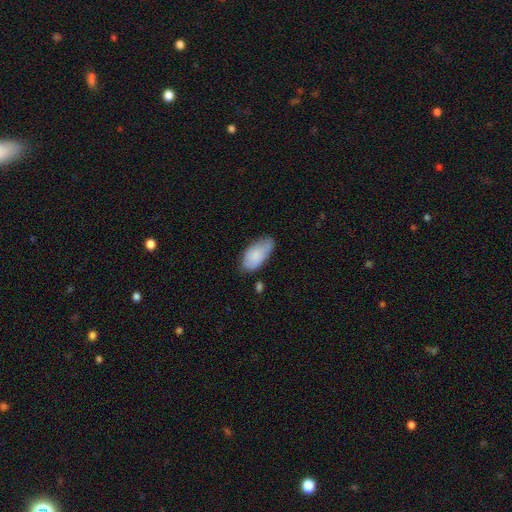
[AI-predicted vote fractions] Smooth or featured: smooth — 80% (featured or disk — 14%)
How rounded: in between — 94% (cigar-shaped — 4%)
Merging: none — 55% (minor disturbance — 34%)